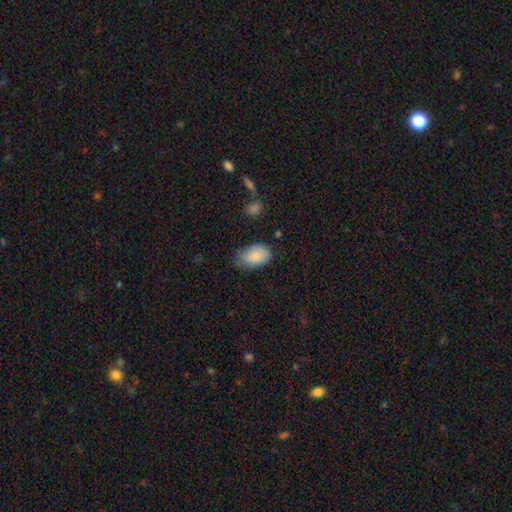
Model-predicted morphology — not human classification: Smooth or featured: smooth — 82% (featured or disk — 11%)
How rounded: in between — 88% (round — 11%)
Merging: none — 61% (minor disturbance — 31%)